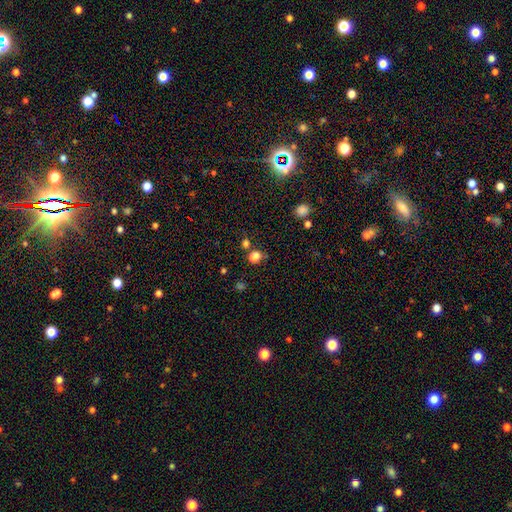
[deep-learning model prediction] Smooth or featured: smooth — 77% (star or artifact — 19%)
How rounded: round — 61% (in between — 38%)
Merging: none — 70% (merger — 13%)